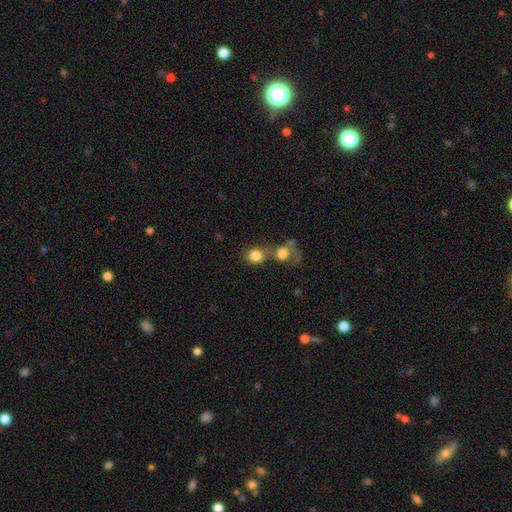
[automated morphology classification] This is clearly a smooth galaxy (83%). How rounded: likely round (79%). Merging: marginally none (43%, tied with merger).